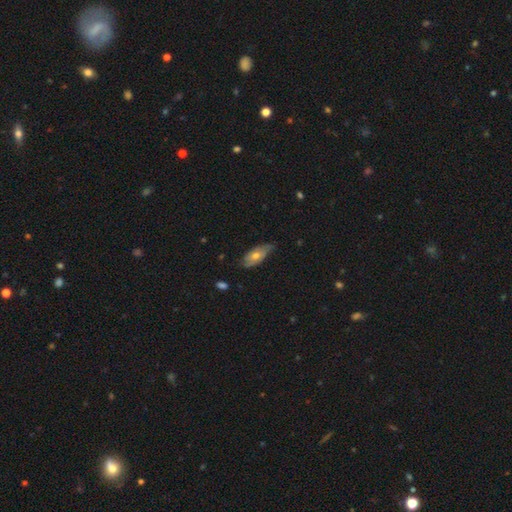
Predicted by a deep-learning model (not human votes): This is possibly a smooth galaxy (52%). How rounded: clearly in between (80%). Merging: likely none (62%).